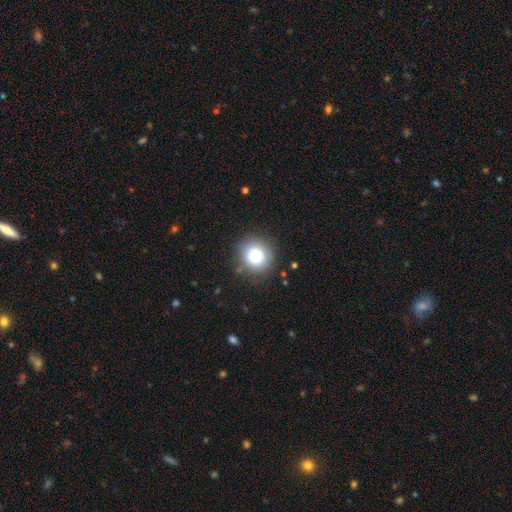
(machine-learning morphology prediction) Smooth or featured?
  - smooth: 78% *
  - featured or disk: 11%
  - star or artifact: 11%
How rounded?
  - round: 89% *
  - in between: 10%
  - cigar-shaped: 1%
Merging?
  - none: 86% *
  - minor disturbance: 10%
  - major disturbance: 3%
  - merger: 1%